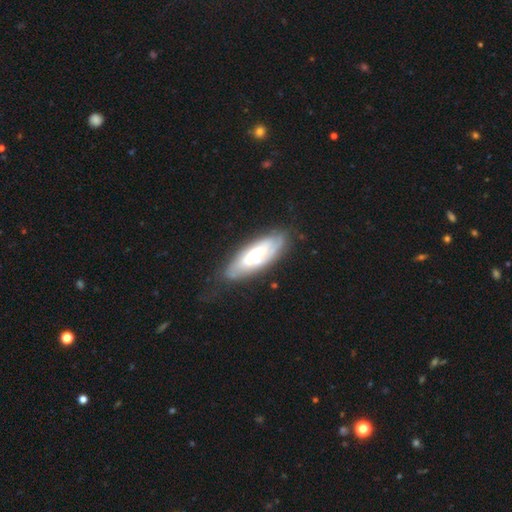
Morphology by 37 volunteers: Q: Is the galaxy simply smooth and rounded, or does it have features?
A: featured or disk — 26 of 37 (70%).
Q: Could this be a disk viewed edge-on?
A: no — 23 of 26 (88%).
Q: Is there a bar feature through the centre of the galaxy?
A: no — 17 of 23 (74%).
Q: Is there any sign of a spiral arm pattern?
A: yes — 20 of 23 (87%).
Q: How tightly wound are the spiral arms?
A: tight — 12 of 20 (60%).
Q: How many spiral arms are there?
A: can't tell — 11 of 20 (55%).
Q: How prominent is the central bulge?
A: moderate — 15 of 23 (65%).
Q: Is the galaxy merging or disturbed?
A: none — 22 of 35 (63%).